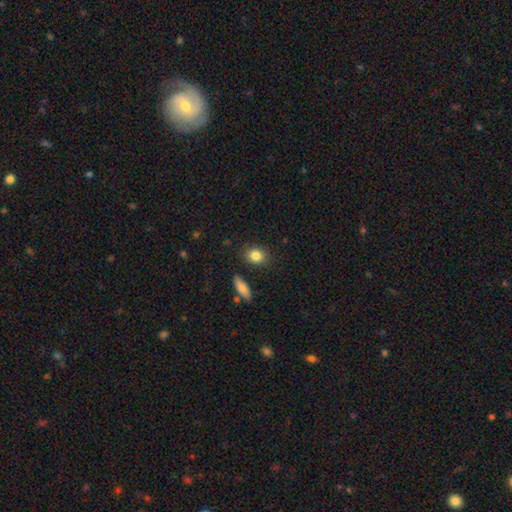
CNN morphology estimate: Smooth or featured? Predicted: smooth (p=0.84). How rounded? Predicted: round (p=0.49, tied with in between). Merging? Predicted: none (p=0.84).